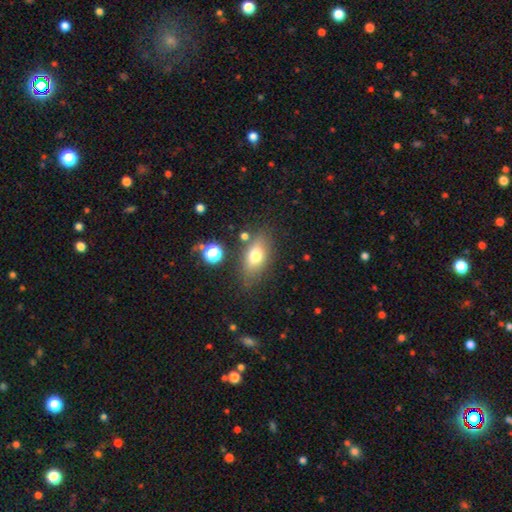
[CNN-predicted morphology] This appears to be a smooth galaxy with no disk features (69%) that is in between round and cigar-shaped (78%). Merging: none (75%).